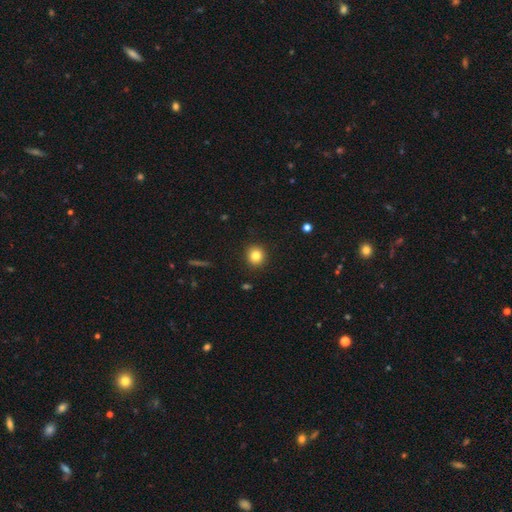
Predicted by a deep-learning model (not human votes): Smooth or featured: smooth — 82% (star or artifact — 11%)
How rounded: round — 91% (in between — 8%)
Merging: none — 92% (minor disturbance — 5%)